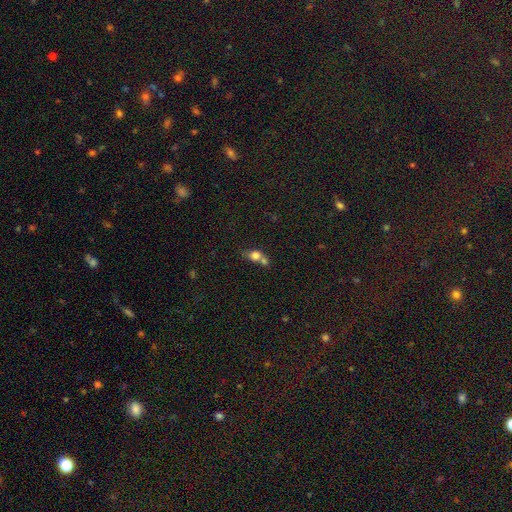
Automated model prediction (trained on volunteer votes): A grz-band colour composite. It shows a smooth galaxy with no disk features (75%) that is in between round and cigar-shaped (50%). Merging: merger (60%).